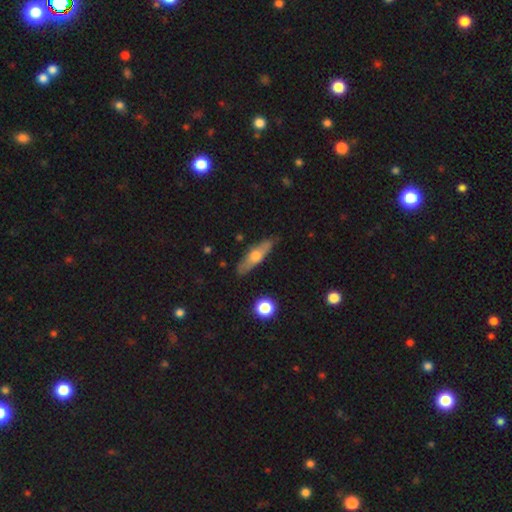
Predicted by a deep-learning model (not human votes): This is possibly a featured or disk galaxy (50%). It is clearly viewed edge-on (82%). Merging: clearly none (84%).